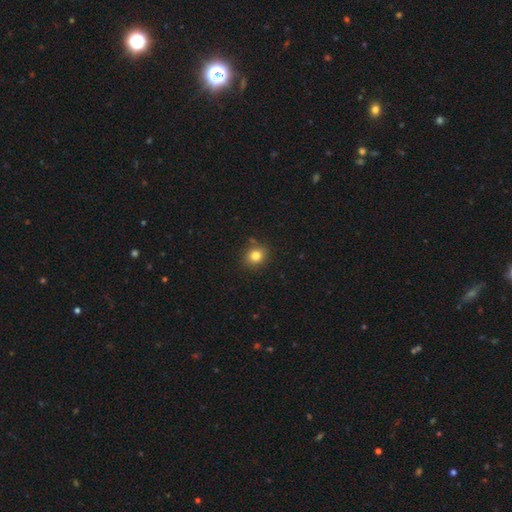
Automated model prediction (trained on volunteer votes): Smooth or featured?
  - smooth: 82% *
  - star or artifact: 12%
  - featured or disk: 6%
How rounded?
  - round: 76% *
  - in between: 23%
  - cigar-shaped: 1%
Merging?
  - none: 85% *
  - minor disturbance: 10%
  - merger: 3%
  - major disturbance: 2%